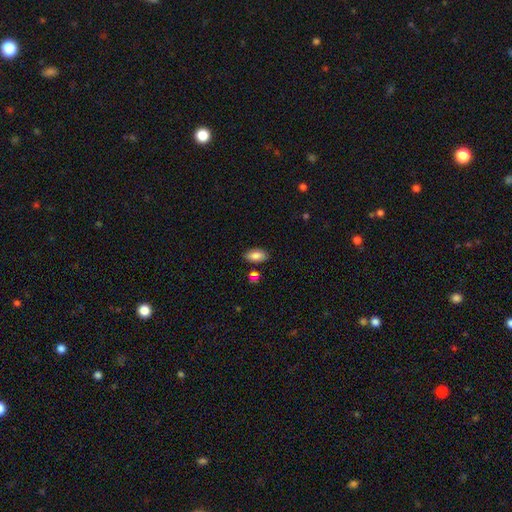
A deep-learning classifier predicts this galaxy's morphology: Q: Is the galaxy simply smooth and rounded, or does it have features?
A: smooth — 83%.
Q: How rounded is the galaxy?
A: in between — 92%.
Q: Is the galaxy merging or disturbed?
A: none — 83%.